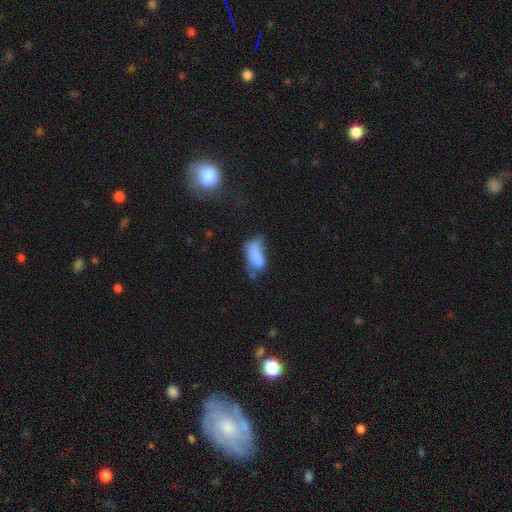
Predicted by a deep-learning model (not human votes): Q: Smooth or featured?
A: smooth (69%); runner-up: featured or disk (20%)
Q: How rounded?
A: in between (88%); runner-up: cigar-shaped (8%)
Q: Merging?
A: major disturbance (39%); runner-up: minor disturbance (28%)